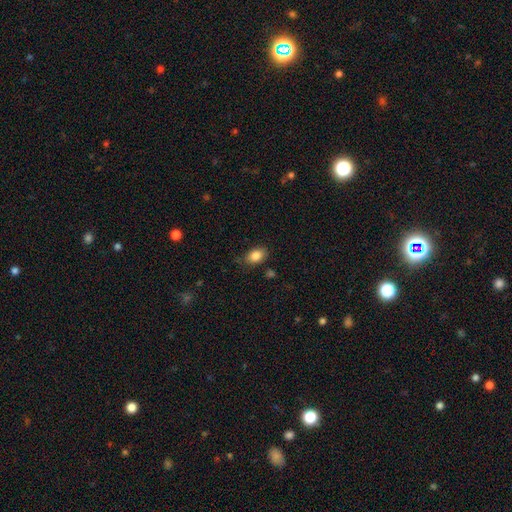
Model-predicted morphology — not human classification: Smooth or featured? smooth (85%)
How rounded? in between (83%)
Merging? none (76%)